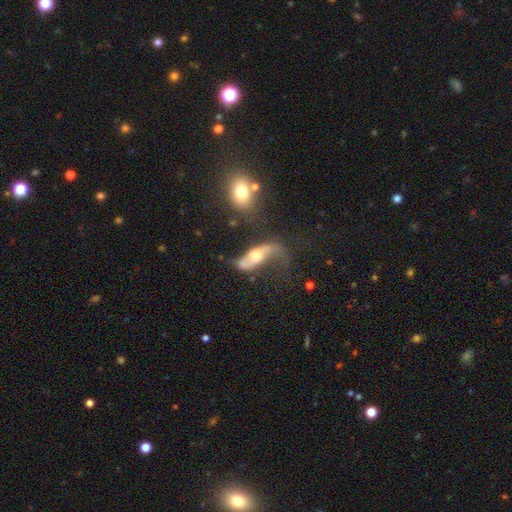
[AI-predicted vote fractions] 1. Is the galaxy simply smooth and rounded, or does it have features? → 71% featured or disk, 21% smooth, 7% star or artifact.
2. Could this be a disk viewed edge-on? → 82% no, 18% yes.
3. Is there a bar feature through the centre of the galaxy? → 57% no, 28% weak, 15% strong.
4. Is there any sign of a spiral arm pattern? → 81% yes, 19% no.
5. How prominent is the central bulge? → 61% moderate, 18% large, 16% small, 3% none, 2% dominant.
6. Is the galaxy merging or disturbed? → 37% none, 29% major disturbance, 21% minor disturbance, 13% merger.